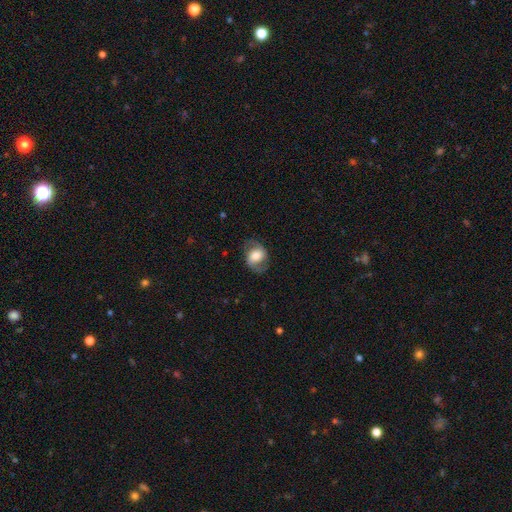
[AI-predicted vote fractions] Morphology: type=featured or disk (51%); edge-on=no (96%); merging=none (72%).